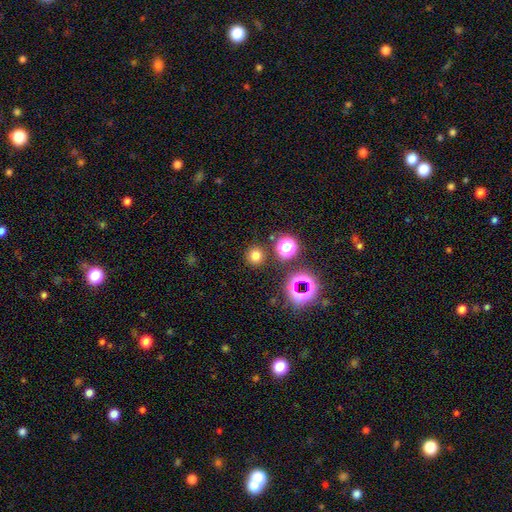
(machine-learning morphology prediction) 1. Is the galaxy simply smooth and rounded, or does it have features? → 72% smooth, 22% star or artifact, 6% featured or disk.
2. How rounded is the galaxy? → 92% round, 7% in between, 1% cigar-shaped.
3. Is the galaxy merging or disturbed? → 87% none, 6% minor disturbance, 4% merger, 3% major disturbance.